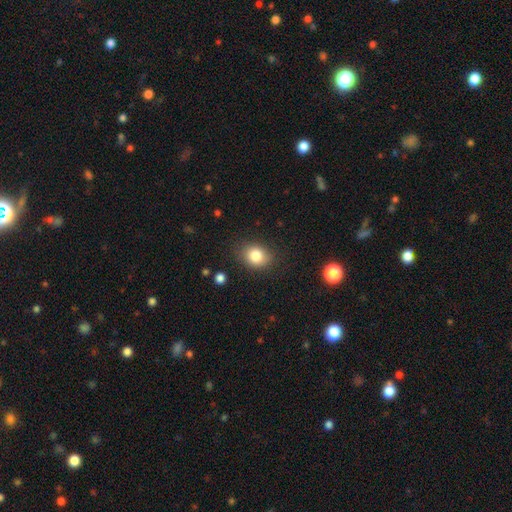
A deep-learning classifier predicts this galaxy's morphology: A smooth galaxy with no disk features (82%) that is round (50%).

Vote fractions:
- Smooth or featured? smooth: 82% / star or artifact: 10% / featured or disk: 8%
- How rounded? round: 50% / in between: 49% / cigar-shaped: 1%
- Merging? none: 82% / minor disturbance: 13% / major disturbance: 4% / merger: 2%